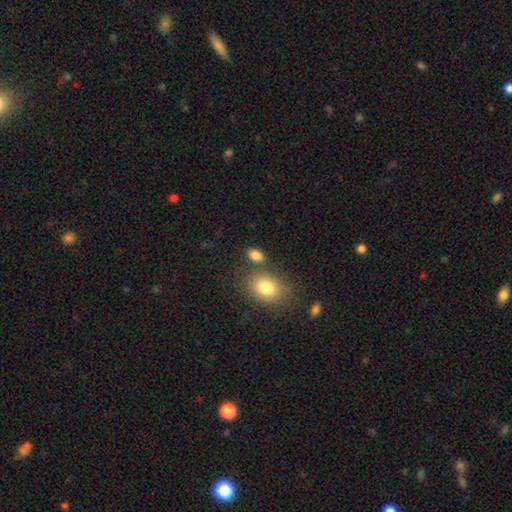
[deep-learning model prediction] smooth 85%, star or artifact 9%, featured or disk 6%. Down the decision tree: how rounded — in between (82%); merging — none (67%).